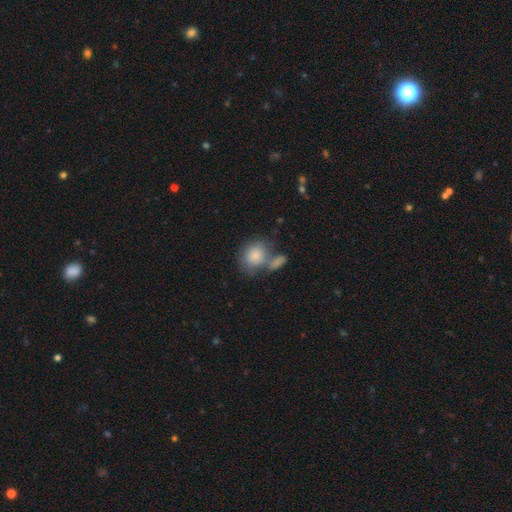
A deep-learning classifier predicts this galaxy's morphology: This is clearly a smooth galaxy (82%). How rounded: possibly round (53%). Merging: marginally merger (41%).